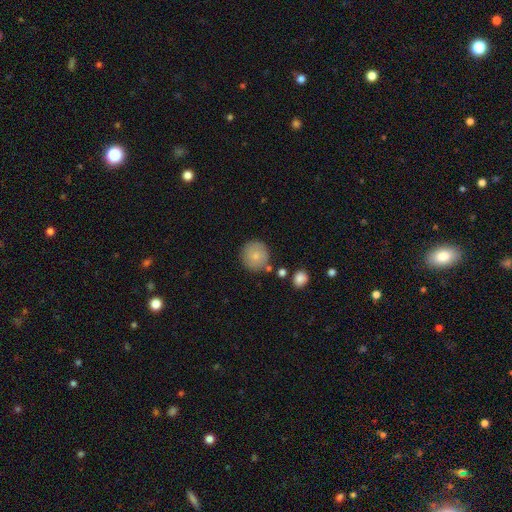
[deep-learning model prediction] Overall: smooth (78%). How rounded: round (93%). Merging: none (80%).